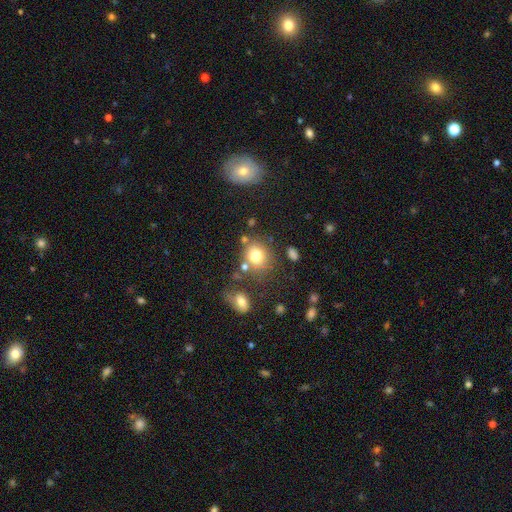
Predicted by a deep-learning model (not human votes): Smooth or featured?
  - smooth: 77% *
  - star or artifact: 12%
  - featured or disk: 10%
How rounded?
  - round: 72% *
  - in between: 27%
  - cigar-shaped: 1%
Merging?
  - none: 62% *
  - minor disturbance: 16%
  - merger: 15%
  - major disturbance: 7%